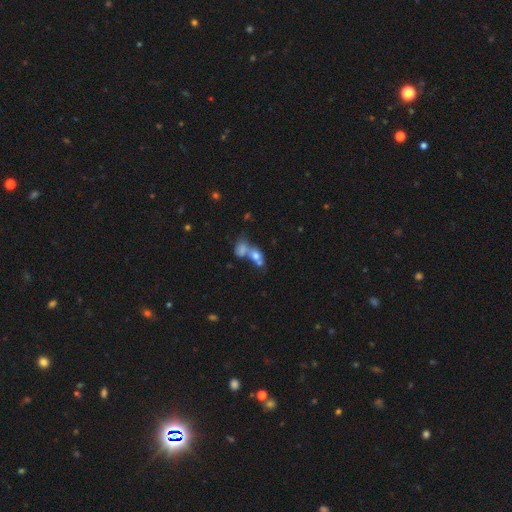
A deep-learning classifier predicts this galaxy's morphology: Overall: smooth (64%). How rounded: in between (63%; round 32%). Merging: merger (67%).